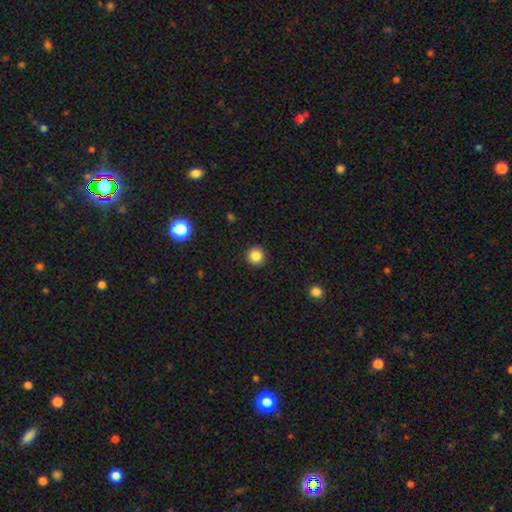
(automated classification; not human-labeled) This is clearly a smooth galaxy (85%). How rounded: clearly round (95%). Merging: clearly none (93%).